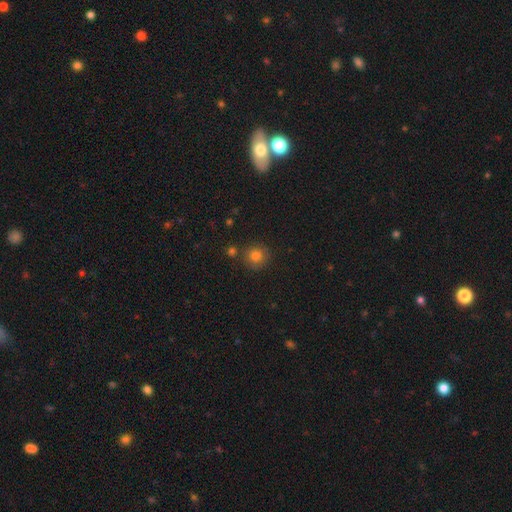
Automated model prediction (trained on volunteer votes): Overall: smooth (82%). How rounded: round (90%). Merging: none (80%).